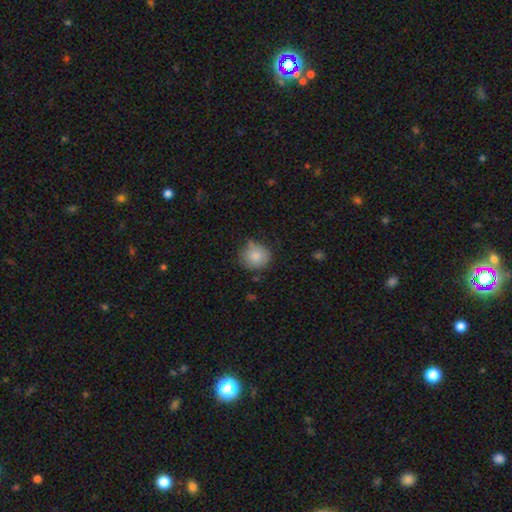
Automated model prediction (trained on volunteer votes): This appears to be a smooth galaxy with no disk features (83%) that is round (86%). Merging: none (65%).